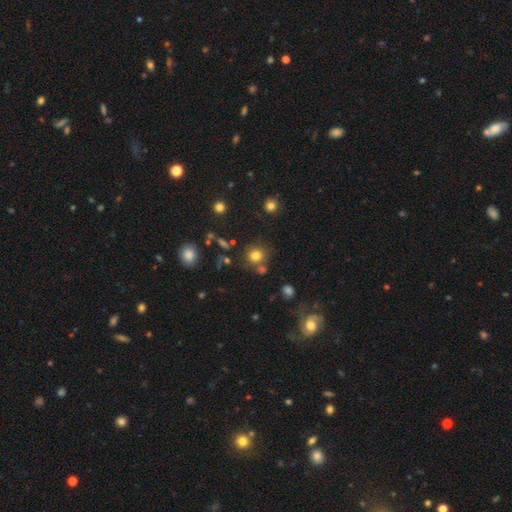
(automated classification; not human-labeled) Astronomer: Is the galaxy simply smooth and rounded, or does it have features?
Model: smooth — 76%.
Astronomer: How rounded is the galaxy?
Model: round — 89%.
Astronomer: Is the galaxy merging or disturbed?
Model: none — 74%.